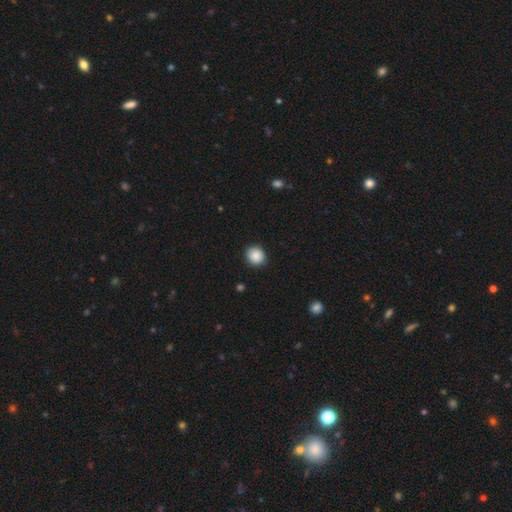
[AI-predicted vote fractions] smooth_or_featured: smooth (p=0.88) [alt: star or artifact p=0.08]
how_rounded: round (p=0.85) [alt: in between p=0.14]
merging: none (p=0.88) [alt: minor disturbance p=0.09]